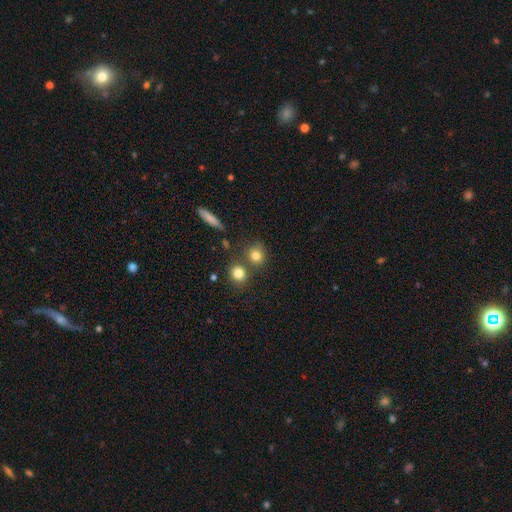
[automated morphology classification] A smooth galaxy with no disk features (80%) that is round (84%).

Vote fractions:
- Smooth or featured? smooth: 80% / star or artifact: 13% / featured or disk: 8%
- How rounded? round: 84% / in between: 14% / cigar-shaped: 2%
- Merging? none: 69% / merger: 18% / minor disturbance: 9% / major disturbance: 3%